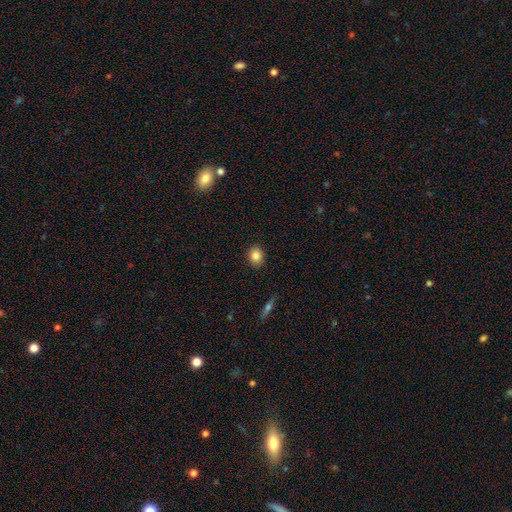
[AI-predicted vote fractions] Smooth or featured?
  - smooth: 85% *
  - star or artifact: 9%
  - featured or disk: 6%
How rounded?
  - round: 71% *
  - in between: 28%
  - cigar-shaped: 1%
Merging?
  - none: 90% *
  - minor disturbance: 7%
  - major disturbance: 2%
  - merger: 1%